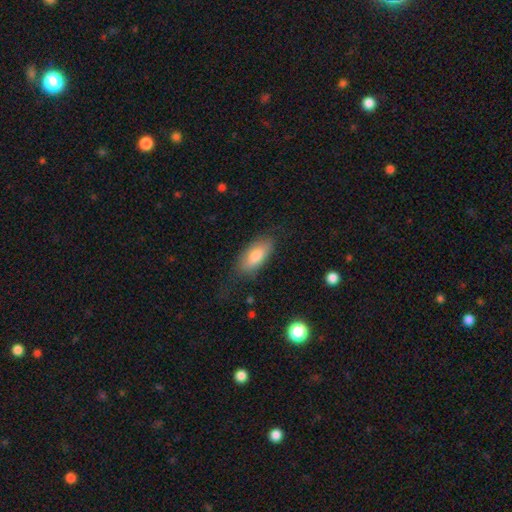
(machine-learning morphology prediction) type=smooth (78%); roundness=in between (85%); merging=none (73%).